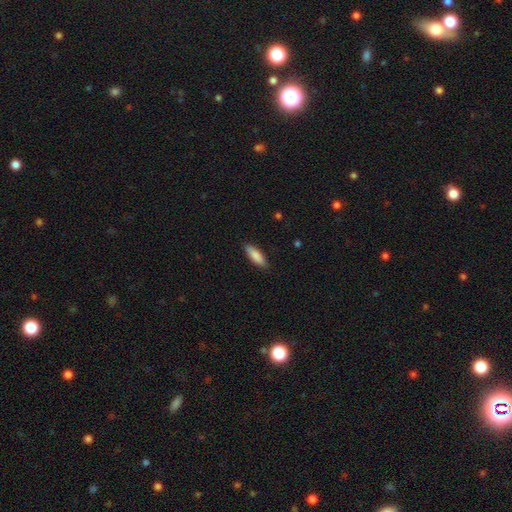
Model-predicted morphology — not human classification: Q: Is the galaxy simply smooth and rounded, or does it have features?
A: smooth — 87%.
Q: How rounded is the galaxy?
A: in between — 55%.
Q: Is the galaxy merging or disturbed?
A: none — 86%.